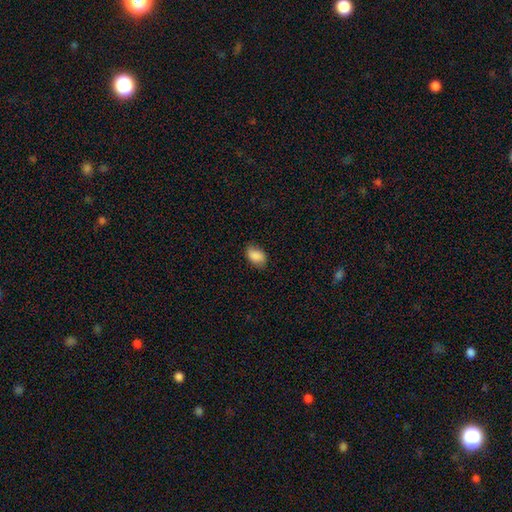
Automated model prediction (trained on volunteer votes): This appears to be a smooth galaxy with no disk features (87%) that is in between round and cigar-shaped (87%). Merging: none (74%).